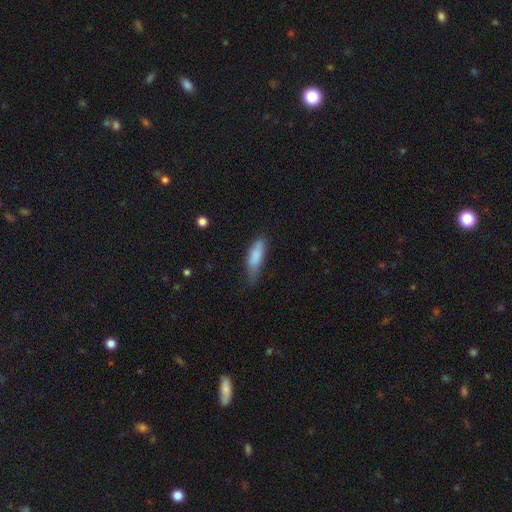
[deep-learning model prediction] This is clearly a smooth galaxy (83%). How rounded: possibly cigar-shaped (49%, tied with in between). Merging: possibly none (51%).